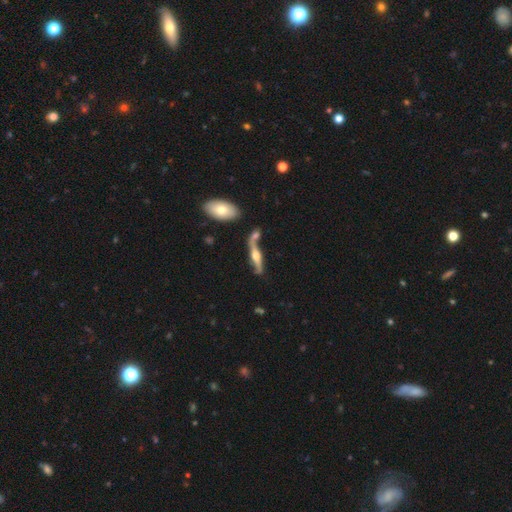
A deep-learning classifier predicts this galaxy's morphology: Smooth or featured? Predicted: featured or disk (p=0.76). Edge-on disk? Predicted: yes (p=0.75). Edge-on bulge? Predicted: rounded (p=0.93). Merging? Predicted: none (p=0.56).